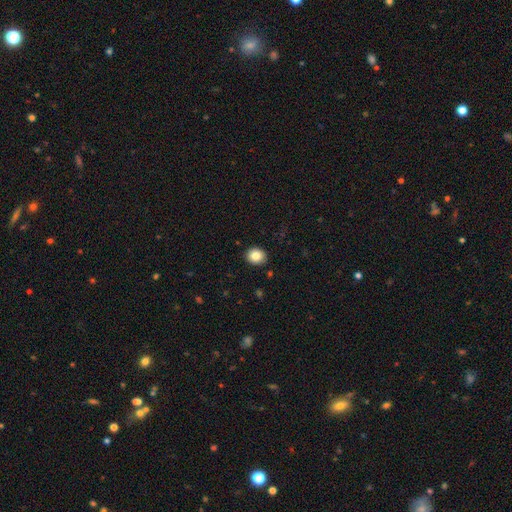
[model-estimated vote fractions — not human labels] Smooth or featured? smooth (84%)
How rounded? round (67%)
Merging? none (90%)